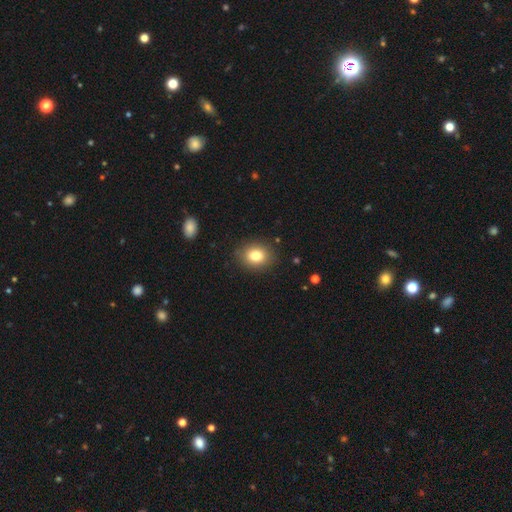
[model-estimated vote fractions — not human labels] Smooth or featured?
  - smooth: 81% *
  - star or artifact: 10%
  - featured or disk: 9%
How rounded?
  - round: 55% *
  - in between: 44%
  - cigar-shaped: 1%
Merging?
  - none: 87% *
  - minor disturbance: 9%
  - major disturbance: 3%
  - merger: 1%